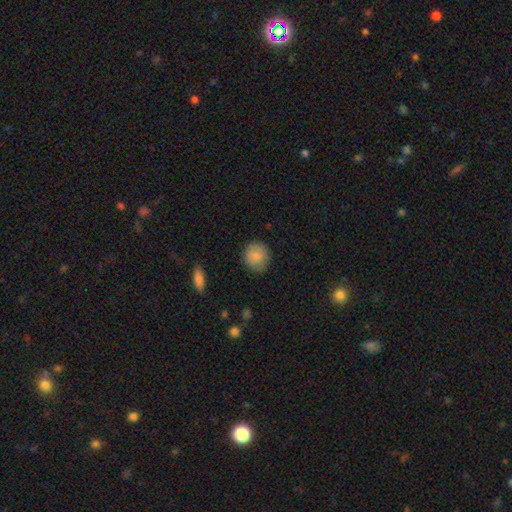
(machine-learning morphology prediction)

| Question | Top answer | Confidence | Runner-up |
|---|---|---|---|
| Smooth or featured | smooth | 86% | star or artifact (7%) |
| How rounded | round | 85% | in between (14%) |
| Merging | none | 84% | minor disturbance (12%) |